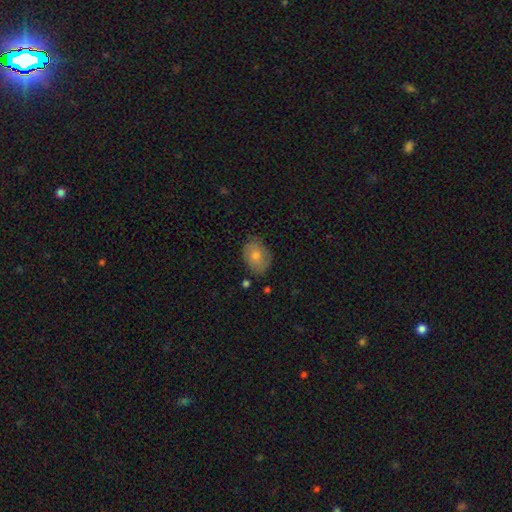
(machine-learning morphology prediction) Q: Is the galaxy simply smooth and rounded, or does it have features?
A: smooth — 71%.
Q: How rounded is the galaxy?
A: in between — 74%.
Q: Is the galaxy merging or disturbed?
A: none — 80%.